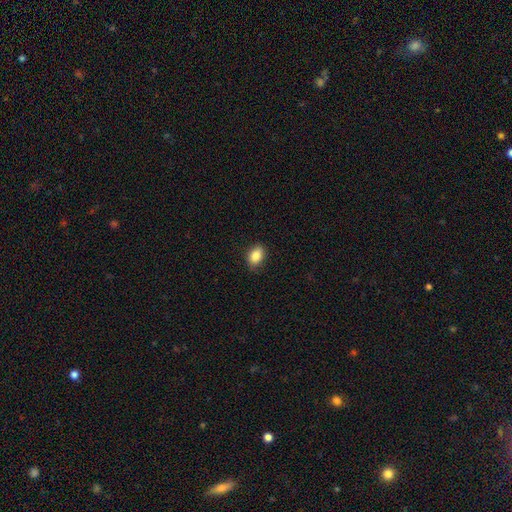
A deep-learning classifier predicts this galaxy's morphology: A smooth galaxy with no disk features (88%) that is in between round and cigar-shaped (80%).

Vote fractions:
- Smooth or featured? smooth: 88% / star or artifact: 8% / featured or disk: 4%
- How rounded? in between: 80% / round: 19% / cigar-shaped: 1%
- Merging? none: 83% / minor disturbance: 13% / major disturbance: 3% / merger: 1%